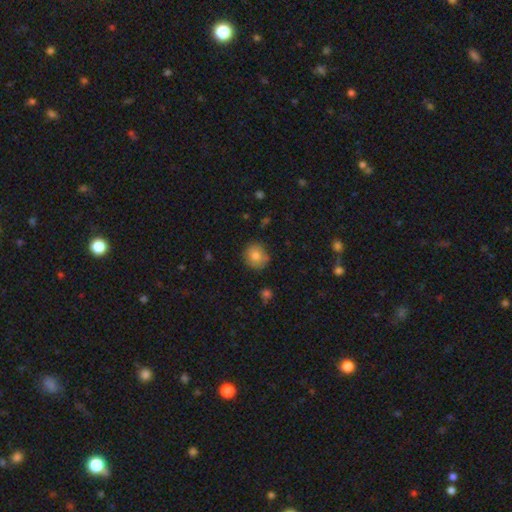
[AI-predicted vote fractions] Smooth or featured? Predicted: smooth (p=0.79). How rounded? Predicted: round (p=0.89). Merging? Predicted: none (p=0.82).